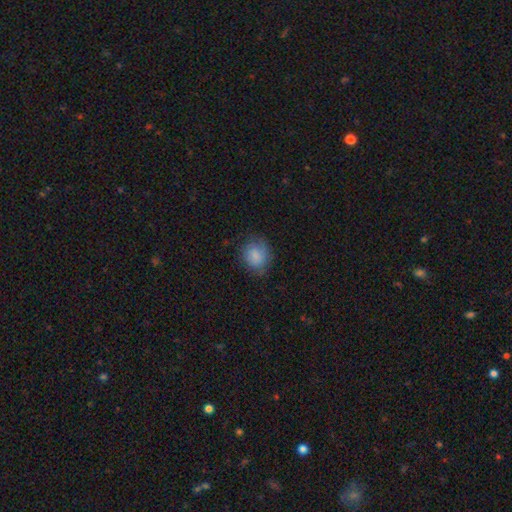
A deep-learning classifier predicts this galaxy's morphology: Smooth or featured?
  - smooth: 82% *
  - featured or disk: 10%
  - star or artifact: 8%
How rounded?
  - round: 67% *
  - in between: 32%
  - cigar-shaped: 1%
Merging?
  - none: 73% *
  - minor disturbance: 20%
  - major disturbance: 6%
  - merger: 1%